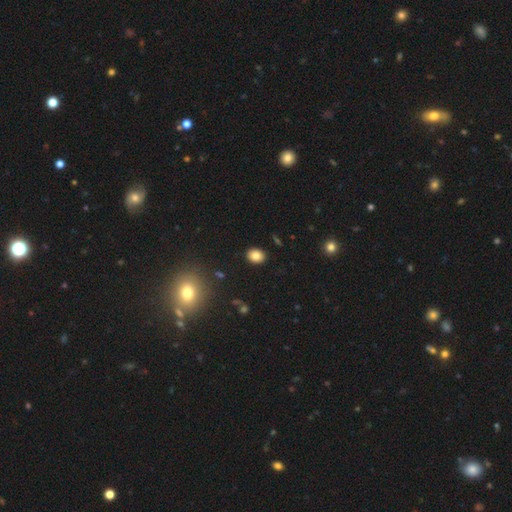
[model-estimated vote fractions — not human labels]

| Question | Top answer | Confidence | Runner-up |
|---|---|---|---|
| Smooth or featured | smooth | 82% | star or artifact (11%) |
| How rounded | in between | 59% | round (40%) |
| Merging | none | 90% | minor disturbance (7%) |